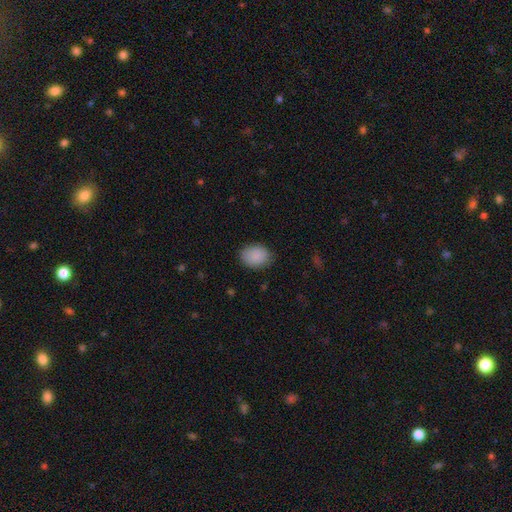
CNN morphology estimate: Smooth or featured? Predicted: smooth (p=0.89). How rounded? Predicted: in between (p=0.66). Merging? Predicted: none (p=0.79).